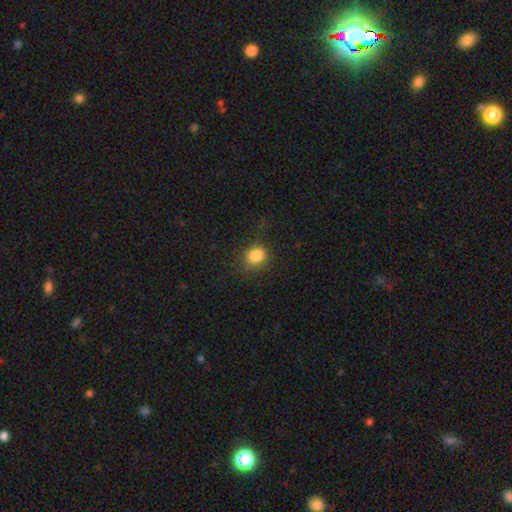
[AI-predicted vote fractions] A smooth galaxy with no disk features (83%) that is in between round and cigar-shaped (56%).

Vote fractions:
- Smooth or featured? smooth: 83% / star or artifact: 11% / featured or disk: 6%
- How rounded? in between: 56% / round: 43% / cigar-shaped: 2%
- Merging? none: 65% / minor disturbance: 21% / major disturbance: 12% / merger: 2%